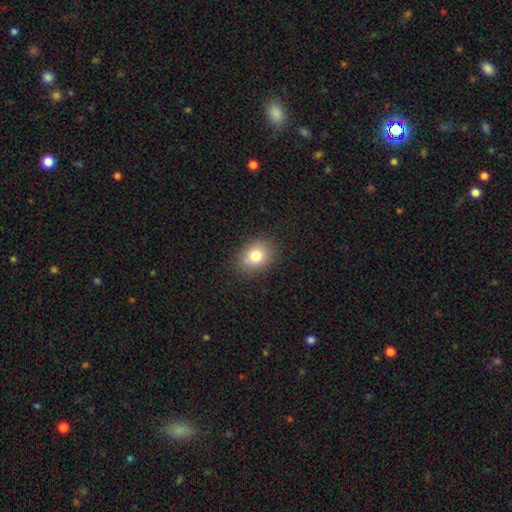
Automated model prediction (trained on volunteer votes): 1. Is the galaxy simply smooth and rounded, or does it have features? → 80% smooth, 10% star or artifact, 10% featured or disk.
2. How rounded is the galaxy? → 63% in between, 36% round, 1% cigar-shaped.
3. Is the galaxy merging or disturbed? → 86% none, 10% minor disturbance, 3% major disturbance, 1% merger.